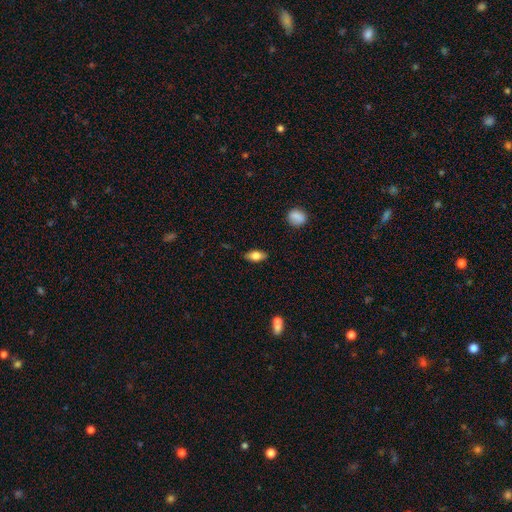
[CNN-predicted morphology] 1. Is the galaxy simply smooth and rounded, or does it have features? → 76% smooth, 17% featured or disk, 8% star or artifact.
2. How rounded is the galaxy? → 85% in between, 9% cigar-shaped, 6% round.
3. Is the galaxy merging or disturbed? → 86% none, 10% minor disturbance, 2% major disturbance, 1% merger.